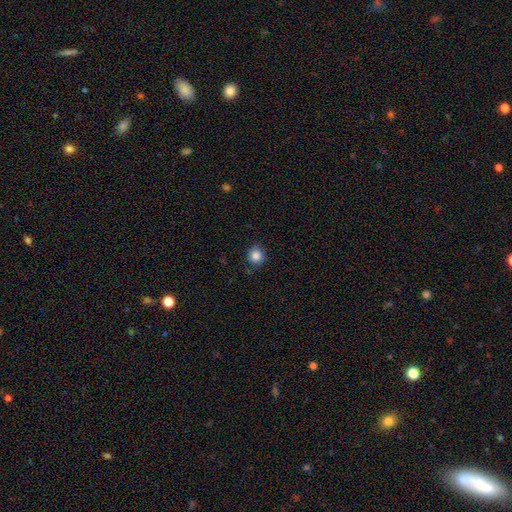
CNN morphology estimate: Smooth or featured? smooth (85%)
How rounded? round (89%)
Merging? none (86%)